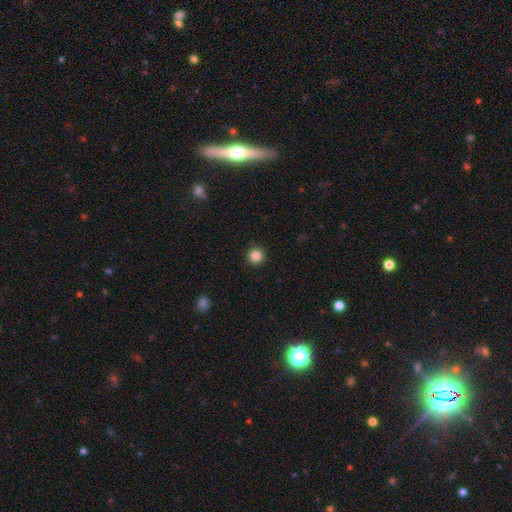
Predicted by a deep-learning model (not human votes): Smooth or featured? smooth (84%)
How rounded? round (95%)
Merging? none (92%)